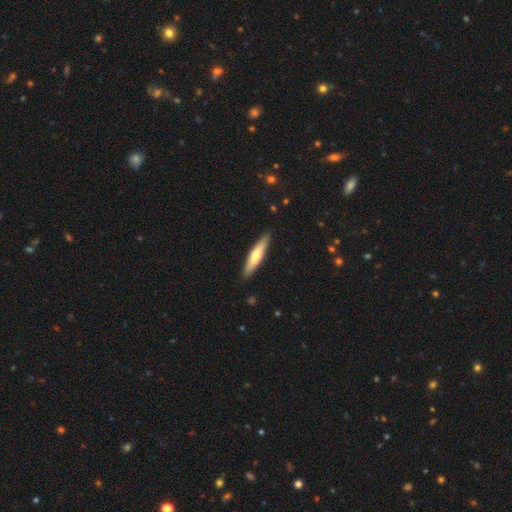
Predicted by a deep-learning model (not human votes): Q: Smooth or featured?
A: smooth (57%); runner-up: featured or disk (38%)
Q: How rounded?
A: cigar-shaped (84%); runner-up: in between (15%)
Q: Merging?
A: none (90%); runner-up: minor disturbance (8%)